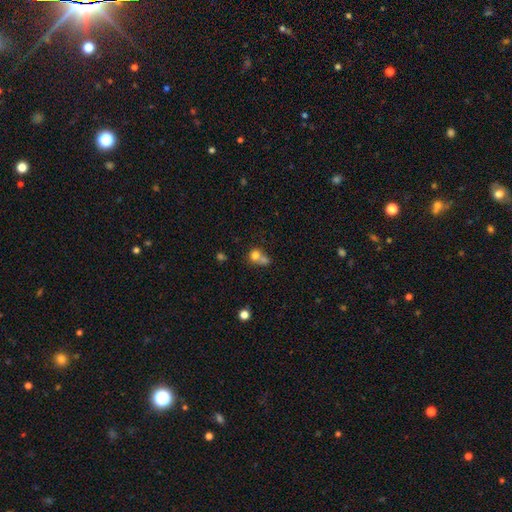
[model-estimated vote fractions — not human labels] smooth-or-featured: smooth: 75% | featured or disk: 14% | star or artifact: 12%
  how-rounded: round: 75% | in between: 24% | cigar-shaped: 1%
  merging: merger: 57% | none: 30% | minor disturbance: 8% | major disturbance: 5%